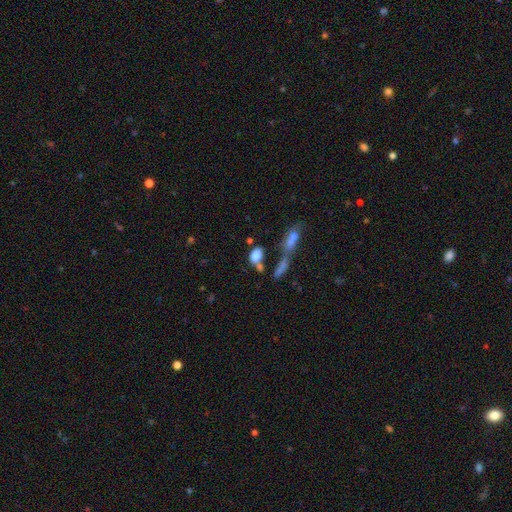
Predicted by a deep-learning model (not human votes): Smooth or featured?
  - smooth: 77% *
  - featured or disk: 12%
  - star or artifact: 11%
How rounded?
  - in between: 82% *
  - round: 13%
  - cigar-shaped: 5%
Merging?
  - merger: 41% *
  - none: 37%
  - minor disturbance: 13%
  - major disturbance: 10%